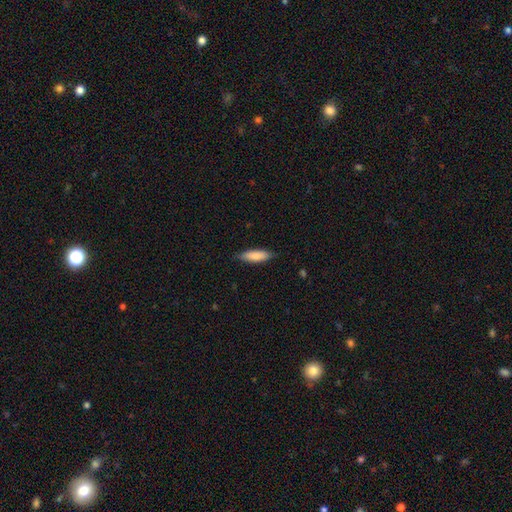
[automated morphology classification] This appears to be a smooth galaxy with no disk features (83%) that is cigar-shaped (53%). Merging: none (84%).